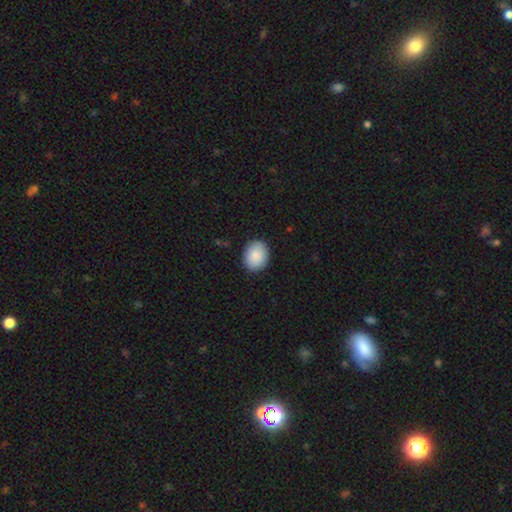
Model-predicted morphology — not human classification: smooth_or_featured: smooth (p=0.89) [alt: star or artifact p=0.06]
how_rounded: in between (p=0.50) [alt: round p=0.49]
merging: none (p=0.89) [alt: minor disturbance p=0.08]